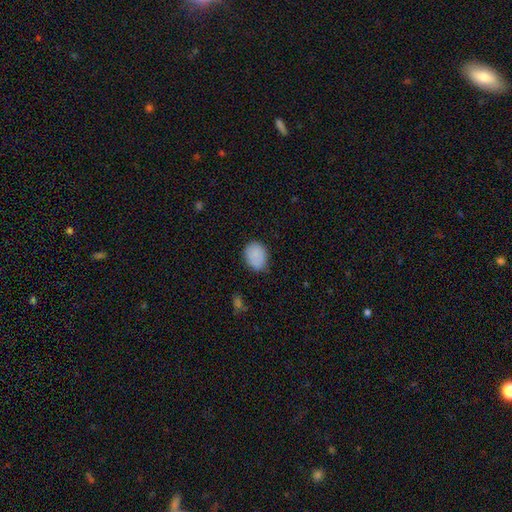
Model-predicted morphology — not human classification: smooth-or-featured: smooth: 86% | star or artifact: 8% | featured or disk: 6%
  how-rounded: in between: 61% | round: 38% | cigar-shaped: 1%
  merging: none: 70% | minor disturbance: 24% | major disturbance: 4% | merger: 2%